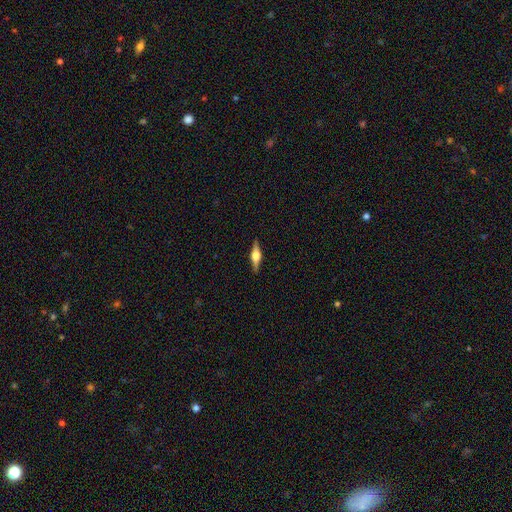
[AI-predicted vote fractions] Morphology: type=featured or disk (75%); edge-on=yes (97%); edge-on bulge=rounded (91%); merging=none (90%).